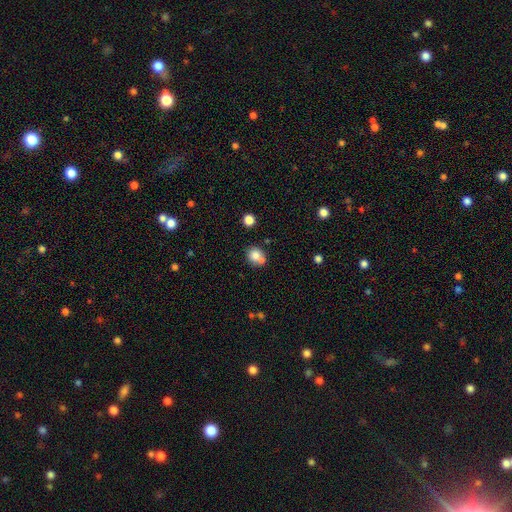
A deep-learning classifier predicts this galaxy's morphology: The model was most divided on "merging": none: 53%, merger: 32%, minor disturbance: 11%, major disturbance: 3%. More confident: smooth or featured — smooth (79%); how rounded — round (78%).